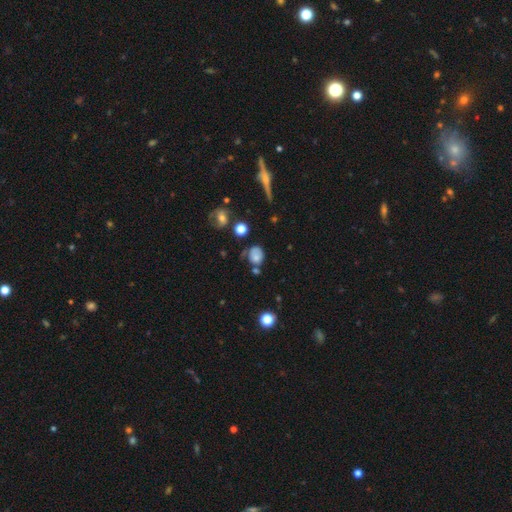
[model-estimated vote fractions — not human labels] This appears to be a smooth galaxy with no disk features (70%) that is round (63%). Merging: none (48%).